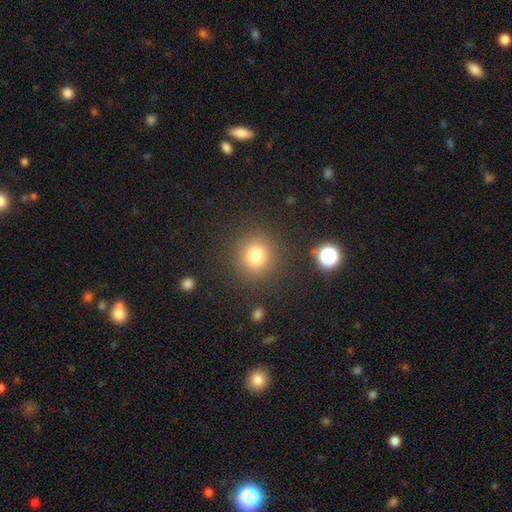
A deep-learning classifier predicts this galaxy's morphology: Overall: smooth (78%). How rounded: round (92%). Merging: none (88%).